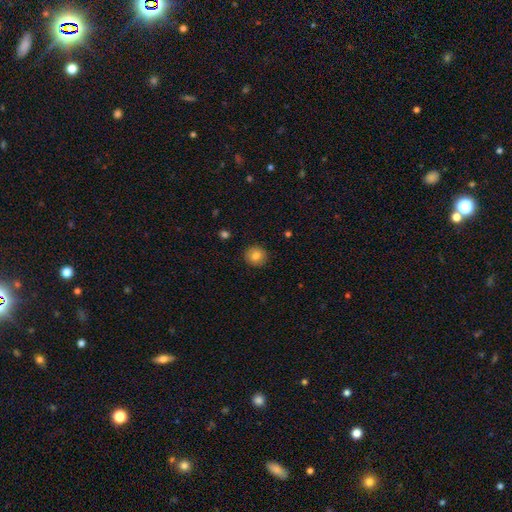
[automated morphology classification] Q: Smooth or featured?
A: smooth (80%); runner-up: featured or disk (11%)
Q: How rounded?
A: round (91%); runner-up: in between (8%)
Q: Merging?
A: none (90%); runner-up: minor disturbance (7%)